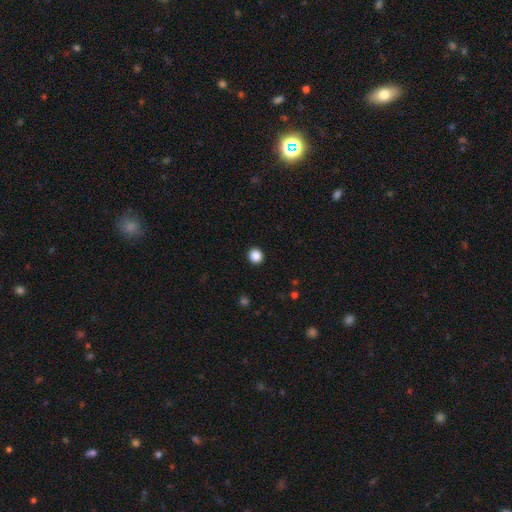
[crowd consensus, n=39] Morphology: type=smooth (92%); roundness=round (97%); merging=none (92%).